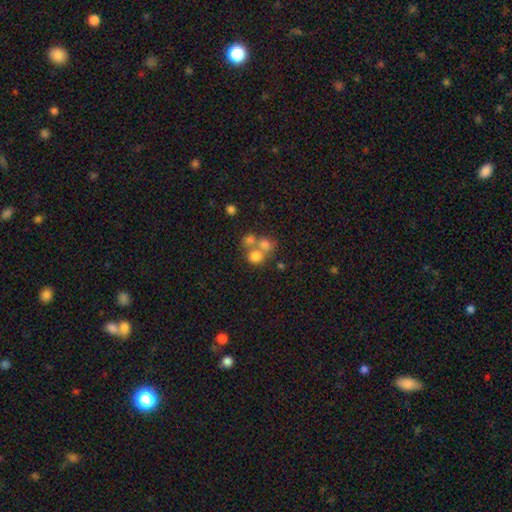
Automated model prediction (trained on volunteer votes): Smooth or featured: smooth — 68% (featured or disk — 17%)
How rounded: round — 76% (in between — 23%)
Merging: merger — 53% (none — 35%)